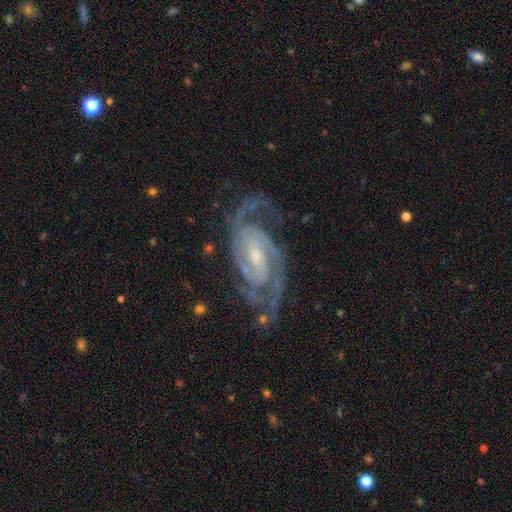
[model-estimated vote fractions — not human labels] featured or disk 93%, star or artifact 4%, smooth 3%. Down the decision tree: edge-on disk — no (97%); bar — weak (46%); spiral arms — yes (99%); spiral arm count — 2 (70%); spiral winding — tight (55%); bulge size — small (50%); merging — none (76%).